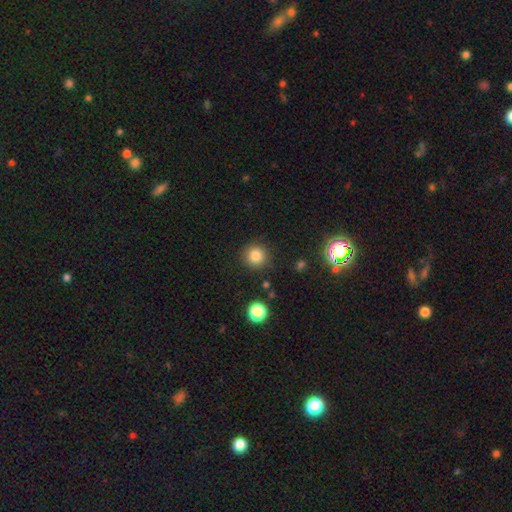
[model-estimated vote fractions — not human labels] This appears to be a smooth galaxy with no disk features (82%) that is round (94%). Merging: none (88%).